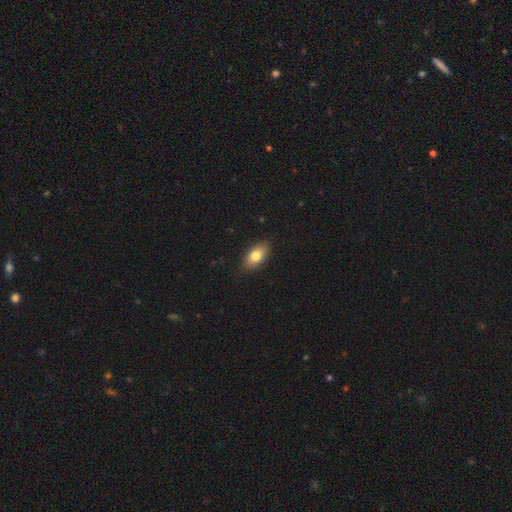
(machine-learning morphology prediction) This is likely a smooth galaxy (79%). How rounded: clearly in between (90%). Merging: clearly none (86%).